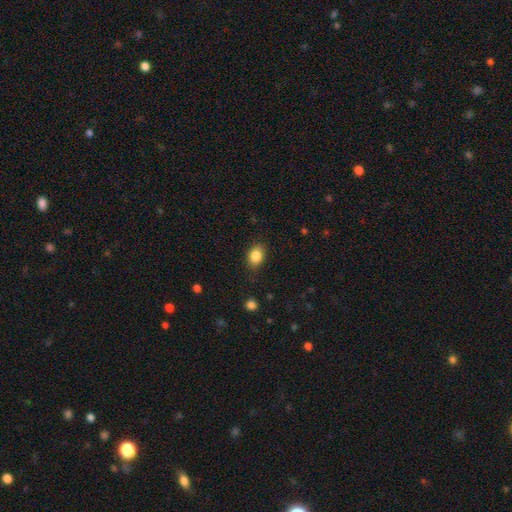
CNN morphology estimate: Smooth or featured? Predicted: smooth (p=0.86). How rounded? Predicted: in between (p=0.68). Merging? Predicted: none (p=0.83).